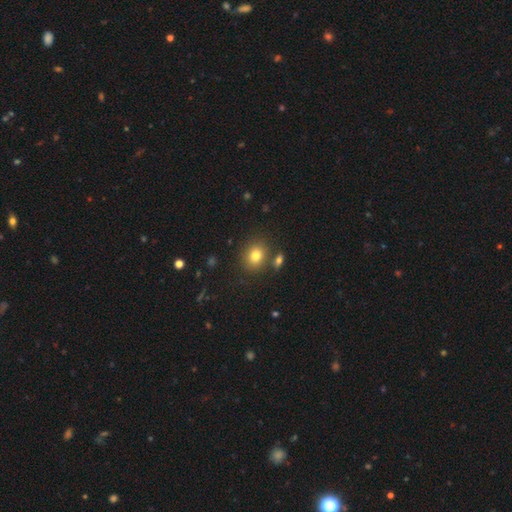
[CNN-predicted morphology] This is likely a smooth galaxy (79%). How rounded: likely round (66%). Merging: likely none (79%).